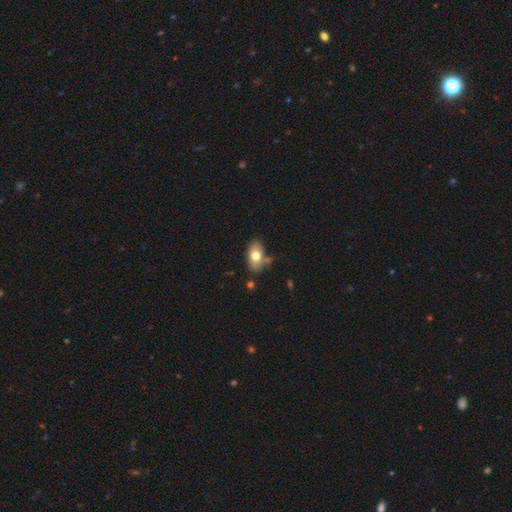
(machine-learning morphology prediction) Smooth or featured? smooth (73%)
How rounded? in between (90%)
Merging? none (73%)